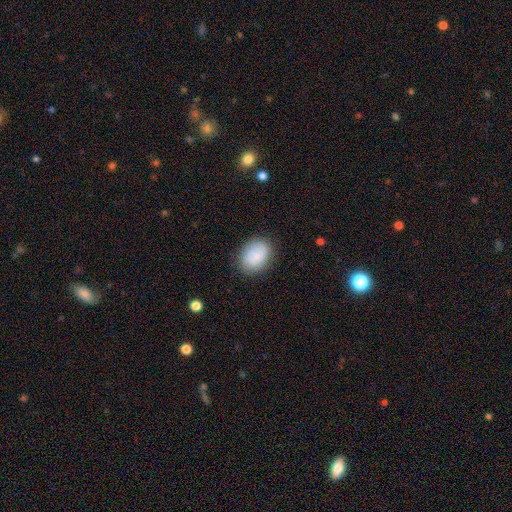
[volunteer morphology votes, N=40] Q: Smooth or featured?
A: smooth (90%); runner-up: featured or disk (10%)
Q: How rounded?
A: in between (86%); runner-up: round (14%)
Q: Merging?
A: none (88%); runner-up: minor disturbance (8%)